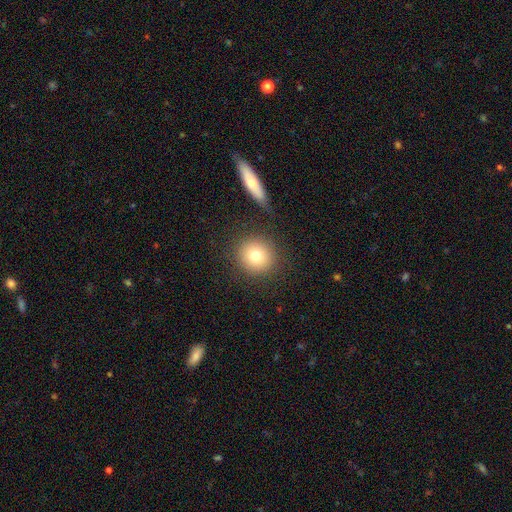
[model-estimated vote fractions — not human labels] Smooth or featured?
  - smooth: 77% *
  - star or artifact: 12%
  - featured or disk: 11%
How rounded?
  - round: 91% *
  - in between: 8%
  - cigar-shaped: 1%
Merging?
  - none: 84% *
  - minor disturbance: 9%
  - merger: 4%
  - major disturbance: 4%